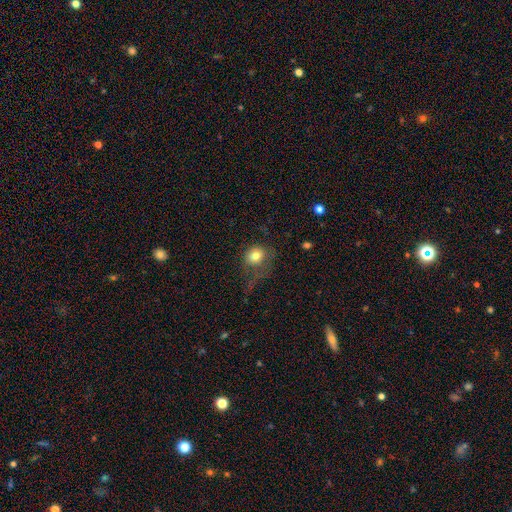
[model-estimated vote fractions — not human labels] A smooth galaxy with no disk features (78%) that is round (77%).

Vote fractions:
- Smooth or featured? smooth: 78% / featured or disk: 12% / star or artifact: 10%
- How rounded? round: 77% / in between: 22% / cigar-shaped: 1%
- Merging? none: 41% / major disturbance: 35% / minor disturbance: 20% / merger: 3%